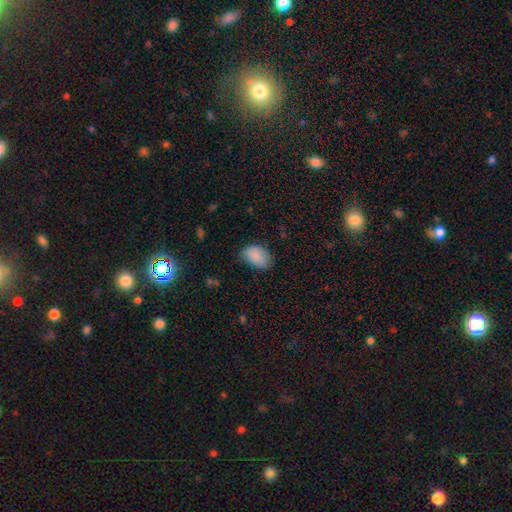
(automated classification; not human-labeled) smooth-or-featured: smooth: 87% | star or artifact: 8% | featured or disk: 6%
  how-rounded: in between: 87% | round: 12% | cigar-shaped: 1%
  merging: none: 62% | minor disturbance: 30% | major disturbance: 7% | merger: 2%